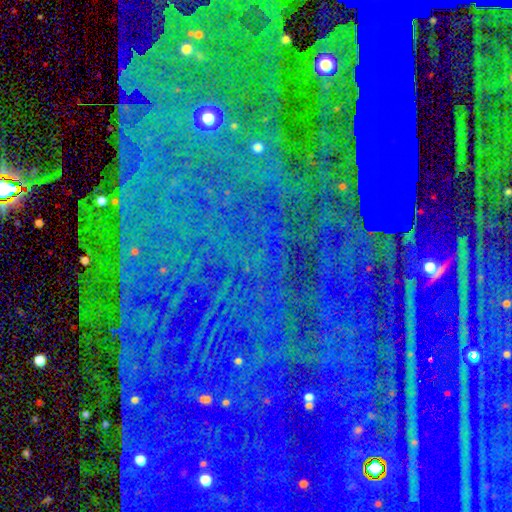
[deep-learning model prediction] Smooth or featured?
  - star or artifact: 84% *
  - featured or disk: 9%
  - smooth: 8%